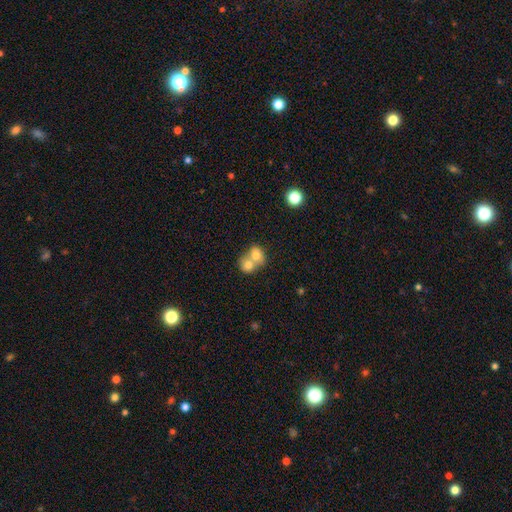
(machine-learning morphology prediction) Smooth or featured: smooth — 71% (featured or disk — 19%)
How rounded: round — 62% (in between — 37%)
Merging: merger — 73% (none — 20%)